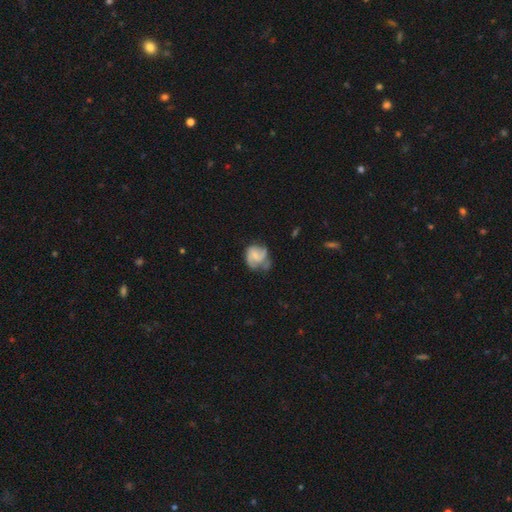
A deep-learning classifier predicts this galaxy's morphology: Smooth or featured: featured or disk — 65% (smooth — 28%)
Edge-on disk: no — 98% (yes — 2%)
Bar: no — 57% (weak — 35%)
Spiral arms: yes — 89% (no — 11%)
Spiral winding: medium — 44% (tight — 36%)
Spiral arm count: 2 — 53% (3 — 19%)
Bulge size: small — 46% (none — 30%)
Merging: none — 47% (minor disturbance — 27%)